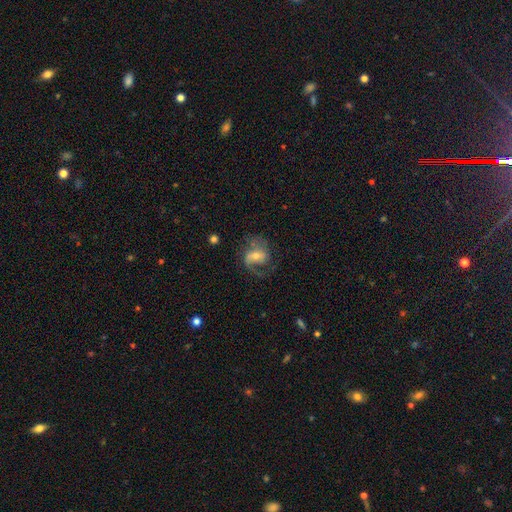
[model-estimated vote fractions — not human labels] smooth_or_featured: featured or disk (p=0.74) [alt: smooth p=0.19]
disk_edge_on: no (p=0.97) [alt: yes p=0.03]
bar: weak (p=0.47) [alt: no p=0.31]
has_spiral_arms: yes (p=0.90) [alt: no p=0.10]
spiral_winding: medium (p=0.45) [alt: loose p=0.41]
spiral_arm_count: 2 (p=0.54) [alt: 1 p=0.37]
bulge_size: moderate (p=0.51) [alt: small p=0.39]
merging: none (p=0.53) [alt: major disturbance p=0.25]